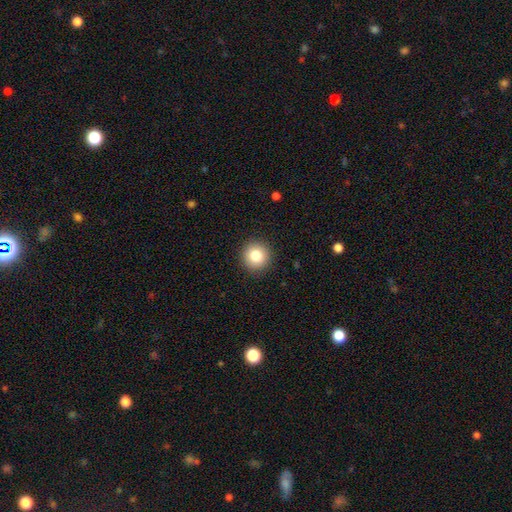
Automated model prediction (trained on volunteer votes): Morphology: type=smooth (82%); roundness=round (95%); merging=none (92%).